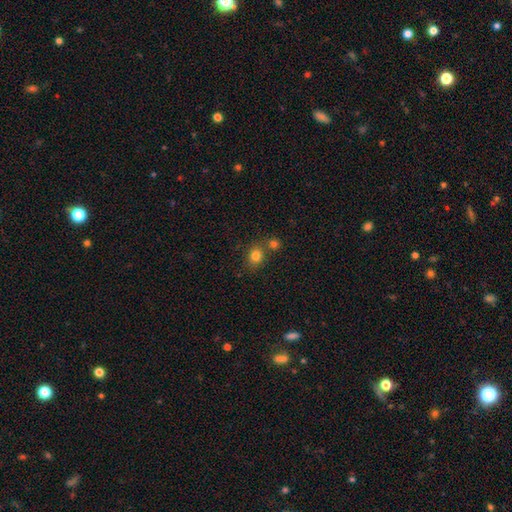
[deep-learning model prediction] smooth 80%, star or artifact 13%, featured or disk 7%. Down the decision tree: how rounded — round (68%); merging — none (63%).